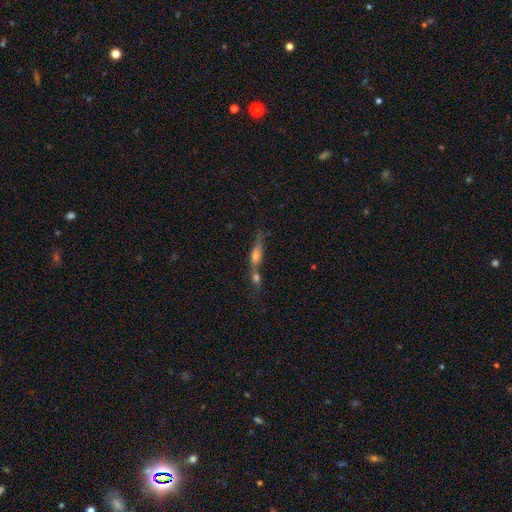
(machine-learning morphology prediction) featured or disk 45%, smooth 43%, star or artifact 12%. Down the decision tree: merging — merger (56%).